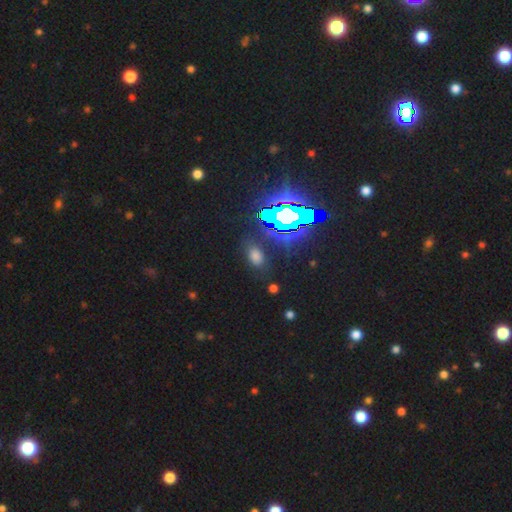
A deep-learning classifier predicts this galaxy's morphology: A smooth galaxy with no disk features (55%) that is in between round and cigar-shaped (83%).

Vote fractions:
- Smooth or featured? smooth: 55% / star or artifact: 35% / featured or disk: 10%
- How rounded? in between: 83% / round: 14% / cigar-shaped: 3%
- Merging? none: 83% / minor disturbance: 11% / major disturbance: 4% / merger: 2%